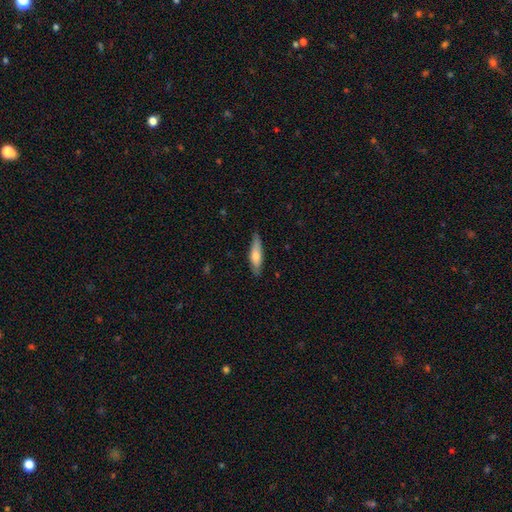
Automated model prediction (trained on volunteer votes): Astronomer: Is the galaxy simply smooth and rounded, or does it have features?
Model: smooth — 61%.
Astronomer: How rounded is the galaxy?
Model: cigar-shaped — 72%.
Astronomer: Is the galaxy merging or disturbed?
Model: none — 83%.